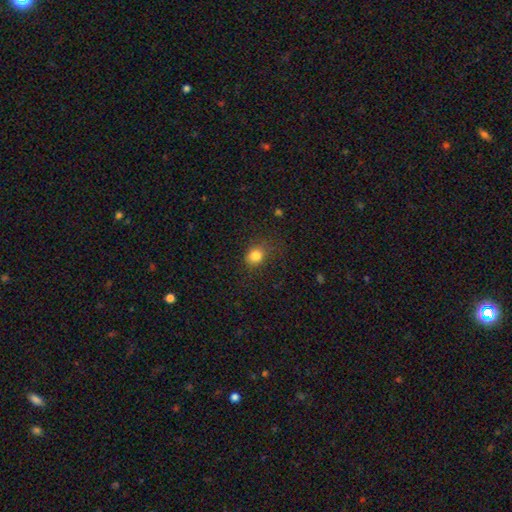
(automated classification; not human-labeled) The model was most divided on "how rounded": round: 54%, in between: 45%, cigar-shaped: 1%. More confident: smooth or featured — smooth (82%); merging — none (73%).